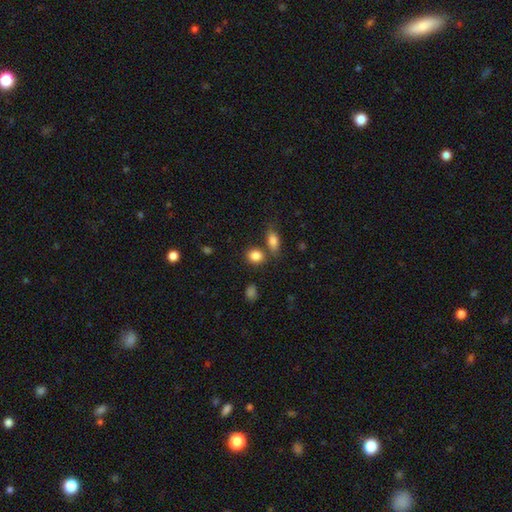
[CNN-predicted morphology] smooth_or_featured: smooth (p=0.85) [alt: star or artifact p=0.09]
how_rounded: round (p=0.50) [alt: in between p=0.49]
merging: none (p=0.65) [alt: merger p=0.19]